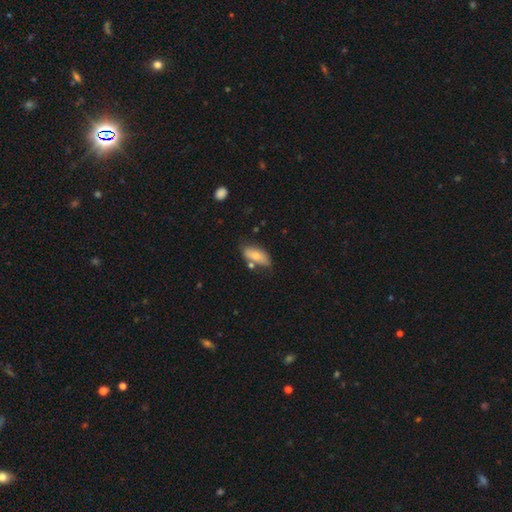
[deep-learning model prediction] Smooth or featured: smooth — 73% (featured or disk — 21%)
How rounded: in between — 83% (cigar-shaped — 14%)
Merging: none — 63% (minor disturbance — 22%)